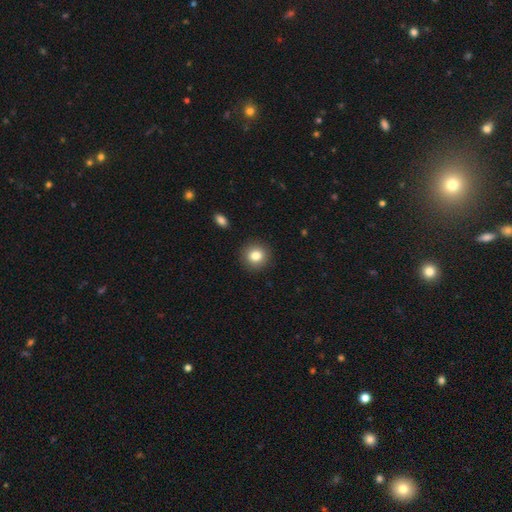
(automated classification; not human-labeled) Smooth or featured: smooth — 83% (star or artifact — 10%)
How rounded: round — 91% (in between — 8%)
Merging: none — 91% (minor disturbance — 6%)